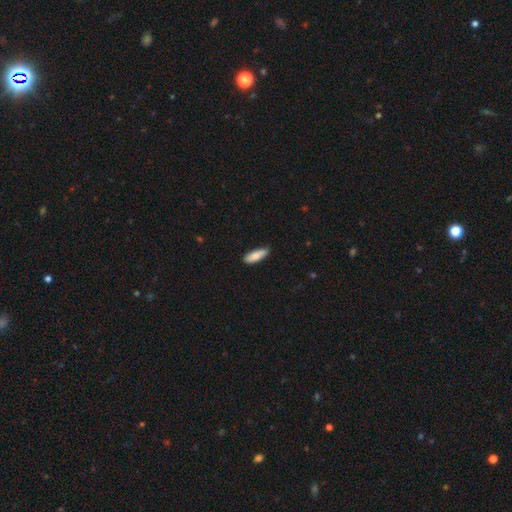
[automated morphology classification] smooth-or-featured: smooth: 82% | featured or disk: 12% | star or artifact: 6%
  how-rounded: in between: 56% | cigar-shaped: 43% | round: 2%
  merging: none: 75% | minor disturbance: 20% | major disturbance: 3% | merger: 2%